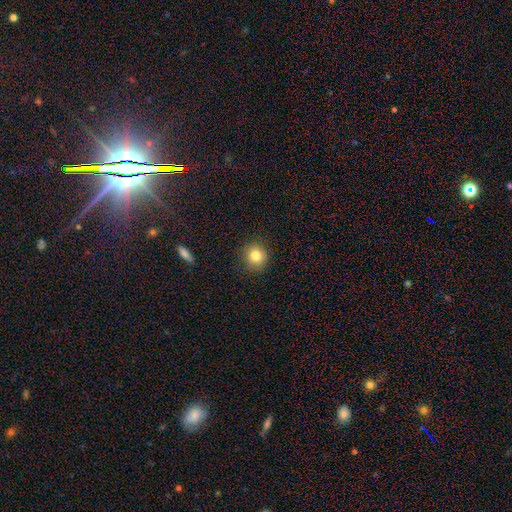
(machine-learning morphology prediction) The model was most divided on "smooth or featured": smooth: 82%, star or artifact: 11%, featured or disk: 7%. More confident: how rounded — round (91%); merging — none (89%).